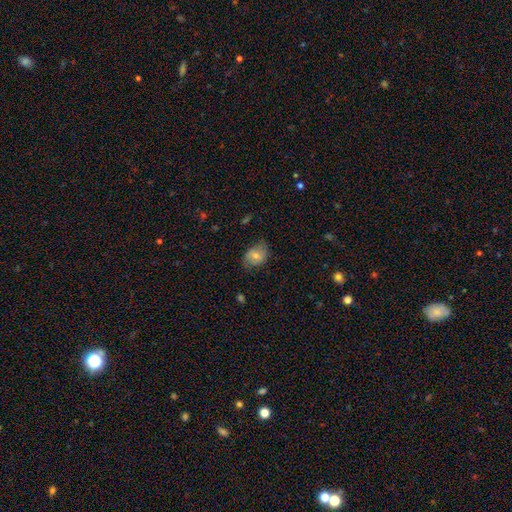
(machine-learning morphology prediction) Smooth or featured?
  - smooth: 68% *
  - featured or disk: 24%
  - star or artifact: 8%
How rounded?
  - in between: 72% *
  - round: 27%
  - cigar-shaped: 1%
Merging?
  - none: 67% *
  - minor disturbance: 25%
  - major disturbance: 7%
  - merger: 1%